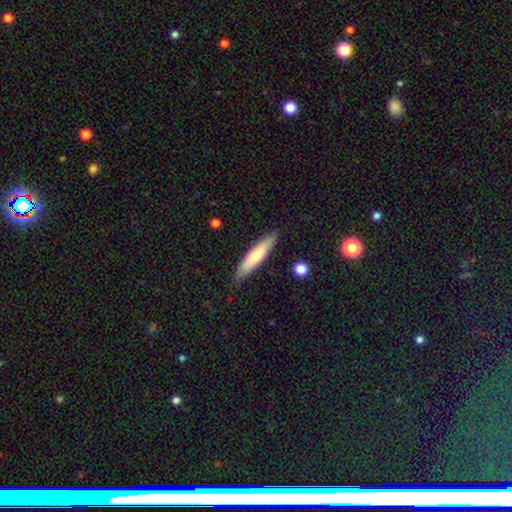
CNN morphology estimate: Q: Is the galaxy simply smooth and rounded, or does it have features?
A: smooth — 60%.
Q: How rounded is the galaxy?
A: cigar-shaped — 82%.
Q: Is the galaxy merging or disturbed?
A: none — 84%.